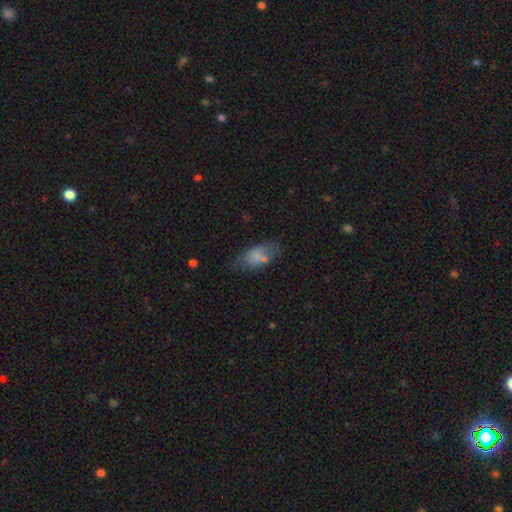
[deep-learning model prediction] Q: Smooth or featured?
A: smooth (72%); runner-up: featured or disk (18%)
Q: How rounded?
A: in between (87%); runner-up: cigar-shaped (9%)
Q: Merging?
A: none (56%); runner-up: minor disturbance (24%)